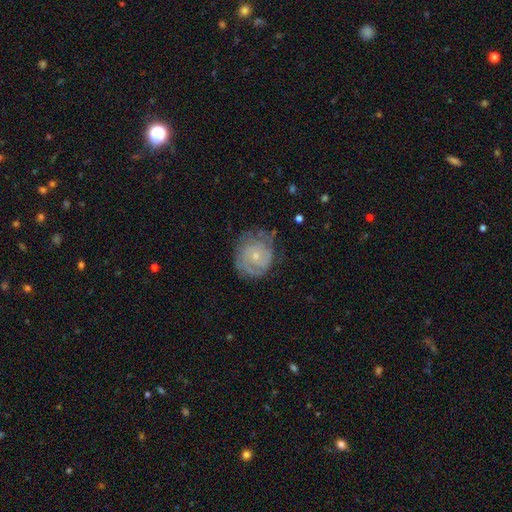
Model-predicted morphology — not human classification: Q: Smooth or featured?
A: featured or disk (72%); runner-up: smooth (21%)
Q: Edge-on disk?
A: no (98%); runner-up: yes (2%)
Q: Bar?
A: no (78%); runner-up: weak (19%)
Q: Spiral arms?
A: yes (87%); runner-up: no (13%)
Q: Spiral winding?
A: tight (68%); runner-up: medium (24%)
Q: Spiral arm count?
A: can't tell (39%); runner-up: 2 (34%)
Q: Bulge size?
A: small (67%); runner-up: moderate (28%)
Q: Merging?
A: none (63%); runner-up: minor disturbance (24%)